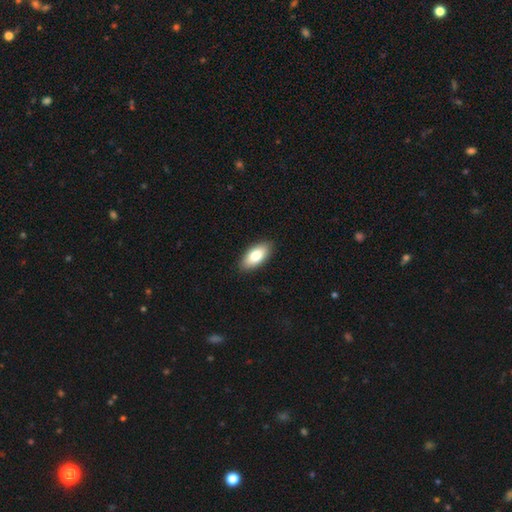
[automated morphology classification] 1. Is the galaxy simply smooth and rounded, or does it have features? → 80% smooth, 14% featured or disk, 6% star or artifact.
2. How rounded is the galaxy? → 90% in between, 8% cigar-shaped, 2% round.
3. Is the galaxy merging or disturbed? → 89% none, 8% minor disturbance, 2% major disturbance, 1% merger.